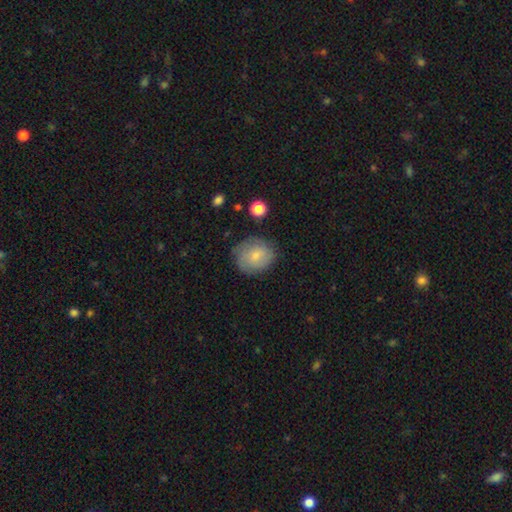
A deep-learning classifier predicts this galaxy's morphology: The model was most divided on "smooth or featured": smooth: 70%, featured or disk: 22%, star or artifact: 8%. More confident: how rounded — round (76%); merging — none (71%).